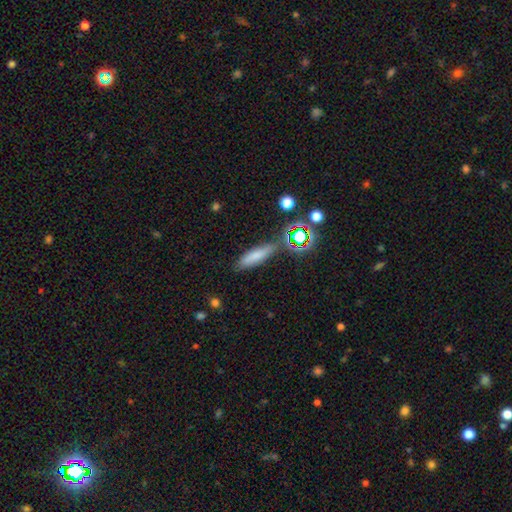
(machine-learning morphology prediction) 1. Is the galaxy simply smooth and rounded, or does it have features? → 69% smooth, 16% star or artifact, 15% featured or disk.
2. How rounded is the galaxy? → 62% cigar-shaped, 33% in between, 5% round.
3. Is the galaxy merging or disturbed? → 72% none, 16% minor disturbance, 7% merger, 5% major disturbance.